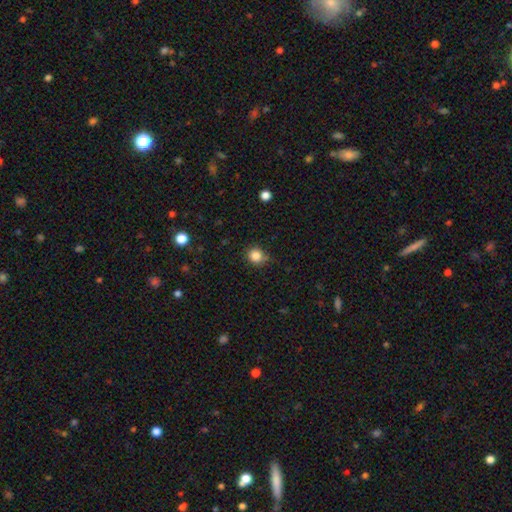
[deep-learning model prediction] Smooth or featured?
  - smooth: 84% *
  - star or artifact: 12%
  - featured or disk: 4%
How rounded?
  - round: 88% *
  - in between: 11%
  - cigar-shaped: 1%
Merging?
  - none: 75% *
  - minor disturbance: 19%
  - major disturbance: 4%
  - merger: 2%